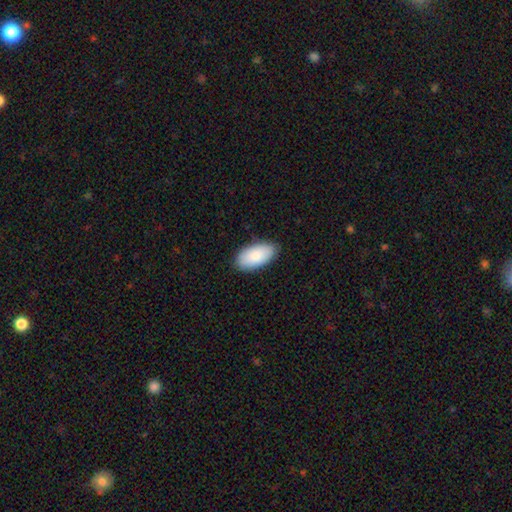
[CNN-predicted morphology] Q: Smooth or featured?
A: smooth (86%); runner-up: featured or disk (8%)
Q: How rounded?
A: in between (95%); runner-up: cigar-shaped (3%)
Q: Merging?
A: none (85%); runner-up: minor disturbance (12%)